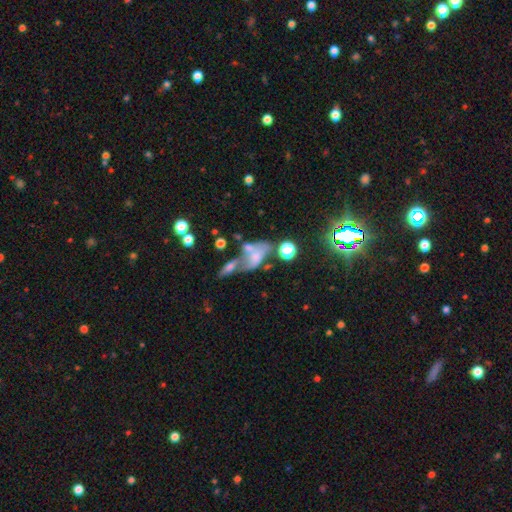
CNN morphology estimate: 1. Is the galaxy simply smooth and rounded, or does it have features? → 45% smooth, 40% featured or disk, 15% star or artifact.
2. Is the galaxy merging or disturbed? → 46% merger, 22% major disturbance, 18% none, 14% minor disturbance.